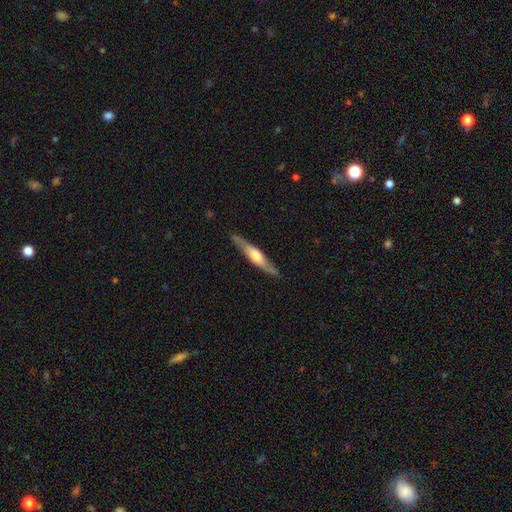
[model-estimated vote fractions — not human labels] Smooth or featured? Predicted: featured or disk (p=0.62). Edge-on disk? Predicted: yes (p=0.90). Edge-on bulge? Predicted: rounded (p=0.81). Merging? Predicted: none (p=0.86).